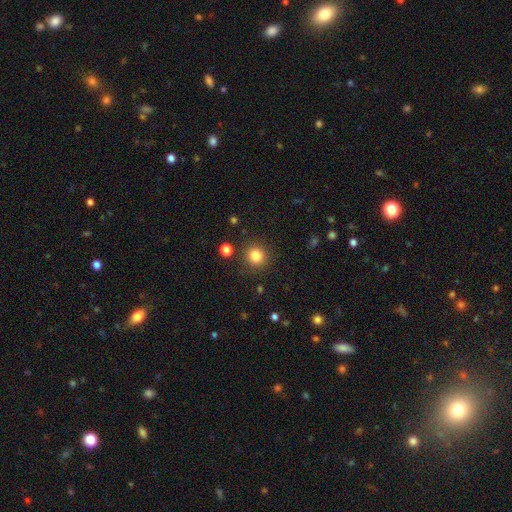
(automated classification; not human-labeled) Overall: smooth (83%). How rounded: round (90%). Merging: none (88%).